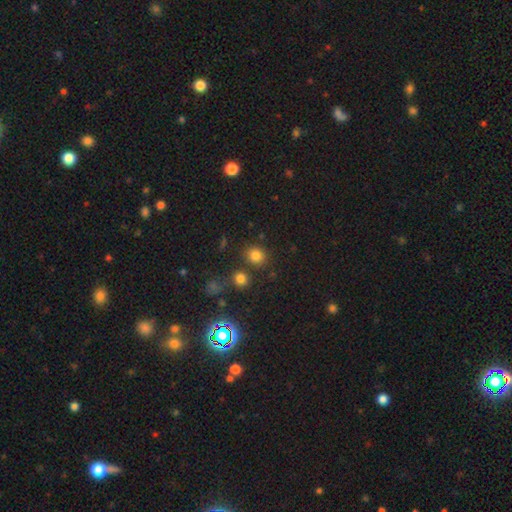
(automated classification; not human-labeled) A smooth galaxy with no disk features (78%) that is round (80%). Merging: none (78%).